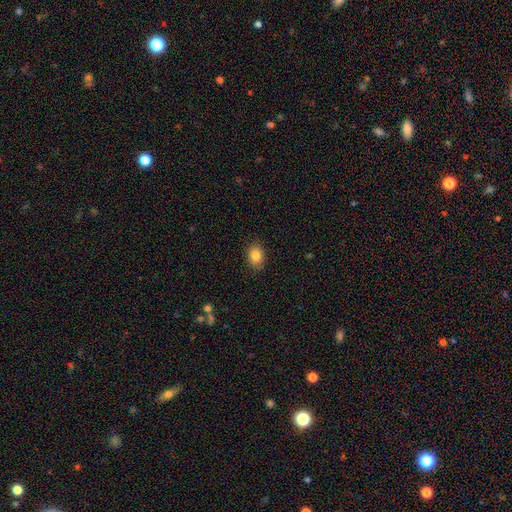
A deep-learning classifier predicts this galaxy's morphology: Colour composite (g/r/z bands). It shows a smooth galaxy with no disk features (84%) that is in between round and cigar-shaped (63%). Merging: none (88%).